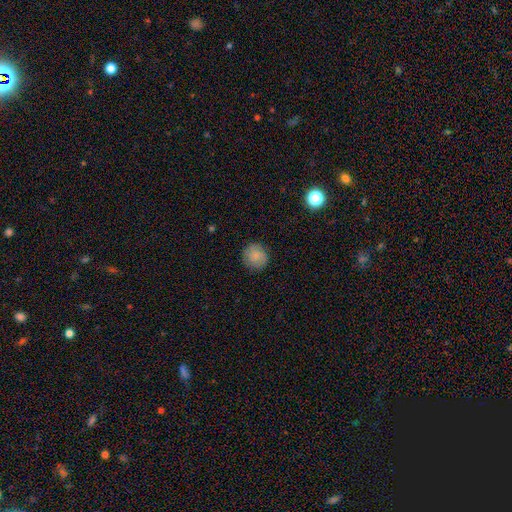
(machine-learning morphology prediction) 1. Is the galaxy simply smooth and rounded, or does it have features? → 84% smooth, 9% star or artifact, 7% featured or disk.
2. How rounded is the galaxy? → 92% round, 7% in between, 1% cigar-shaped.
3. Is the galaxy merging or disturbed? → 87% none, 10% minor disturbance, 3% major disturbance, 1% merger.